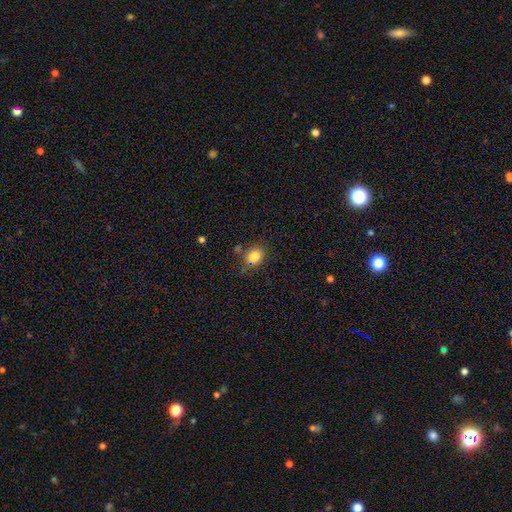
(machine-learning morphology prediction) Q: Smooth or featured?
A: smooth (83%); runner-up: star or artifact (12%)
Q: How rounded?
A: round (70%); runner-up: in between (29%)
Q: Merging?
A: none (73%); runner-up: minor disturbance (16%)